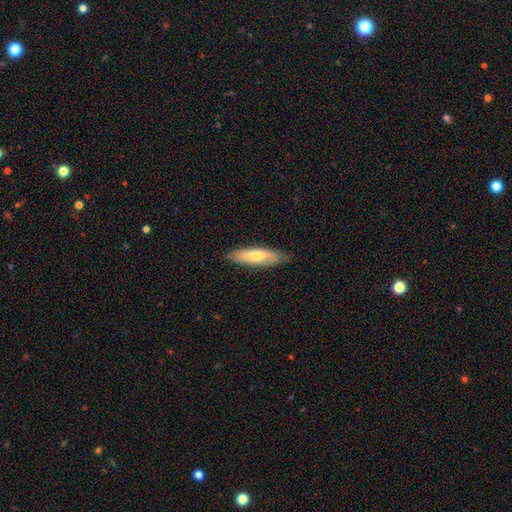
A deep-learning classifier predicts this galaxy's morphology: A smooth galaxy with no disk features (69%) that is cigar-shaped (60%). Merging: none (80%).